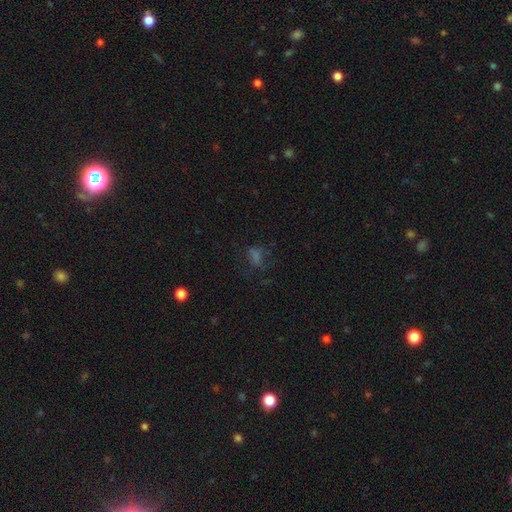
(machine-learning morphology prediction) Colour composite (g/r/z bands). It shows a smooth galaxy with no disk features (45%). Merging: none (55%).